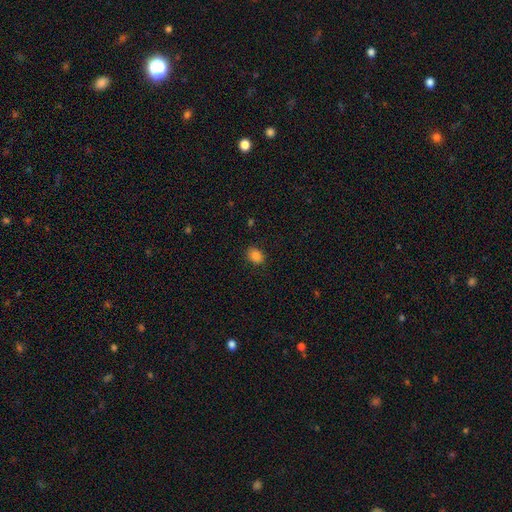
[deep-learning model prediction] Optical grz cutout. It shows a smooth galaxy with no disk features (85%) that is in between round and cigar-shaped (67%). Merging: none (86%).